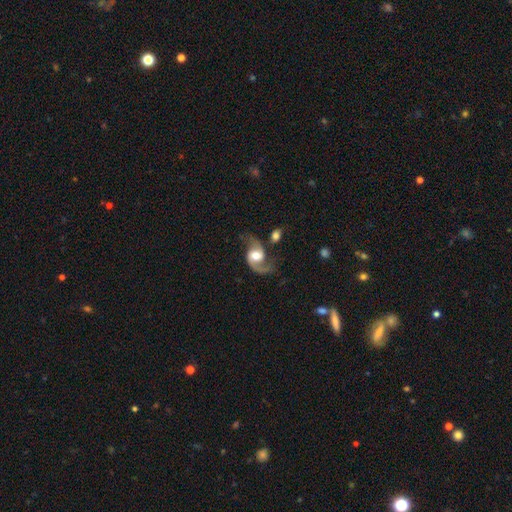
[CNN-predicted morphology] smooth_or_featured: featured or disk (p=0.87) [alt: smooth p=0.08]
disk_edge_on: no (p=0.98) [alt: yes p=0.02]
bar: no (p=0.48) [alt: weak p=0.38]
has_spiral_arms: yes (p=0.96) [alt: no p=0.04]
spiral_winding: loose (p=0.54) [alt: medium p=0.39]
spiral_arm_count: 2 (p=0.88) [alt: 1 p=0.07]
bulge_size: moderate (p=0.66) [alt: large p=0.21]
merging: none (p=0.62) [alt: minor disturbance p=0.17]